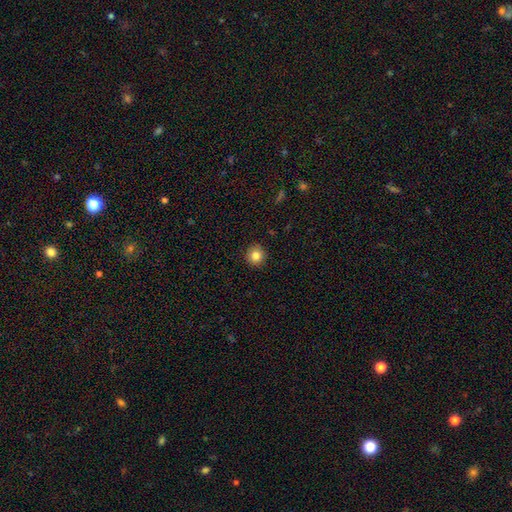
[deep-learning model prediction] Overall: smooth (83%). How rounded: round (93%). Merging: none (92%).